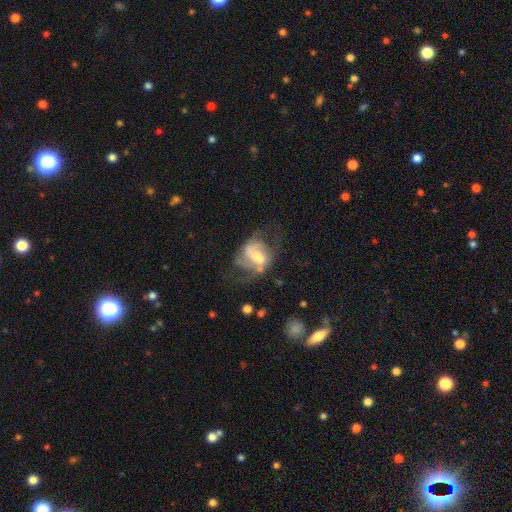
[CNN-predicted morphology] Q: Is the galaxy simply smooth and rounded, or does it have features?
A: featured or disk — 67%.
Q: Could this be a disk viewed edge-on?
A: no — 97%.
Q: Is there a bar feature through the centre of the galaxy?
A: weak — 43%.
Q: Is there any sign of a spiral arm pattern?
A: yes — 73%.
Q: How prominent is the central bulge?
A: moderate — 44%.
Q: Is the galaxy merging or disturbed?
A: none — 38%.